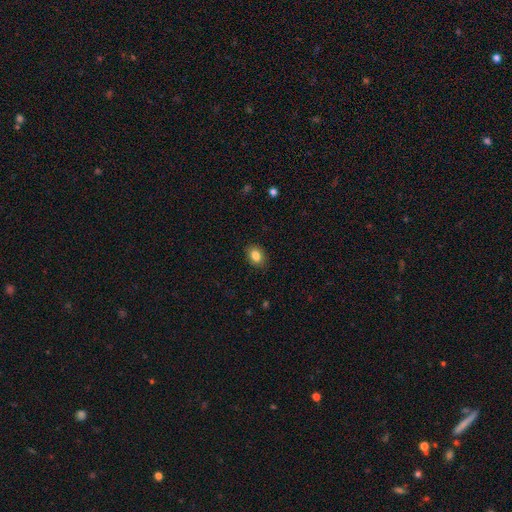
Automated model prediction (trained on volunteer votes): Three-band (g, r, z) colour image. It shows a smooth galaxy with no disk features (85%) that is in between round and cigar-shaped (72%). Merging: none (88%).